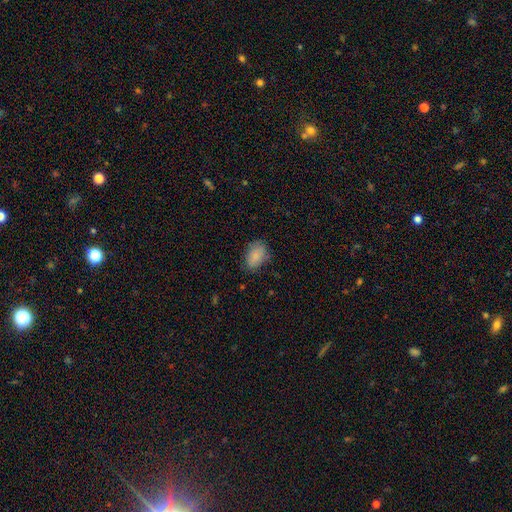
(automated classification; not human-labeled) Smooth or featured? smooth (86%)
How rounded? in between (83%)
Merging? none (74%)